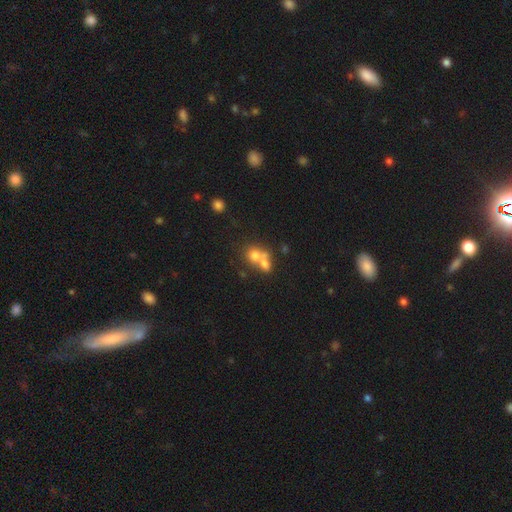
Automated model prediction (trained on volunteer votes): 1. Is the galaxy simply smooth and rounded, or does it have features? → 67% smooth, 20% featured or disk, 14% star or artifact.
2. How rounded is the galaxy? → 68% round, 31% in between, 1% cigar-shaped.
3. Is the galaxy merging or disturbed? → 60% merger, 28% none, 7% minor disturbance, 5% major disturbance.